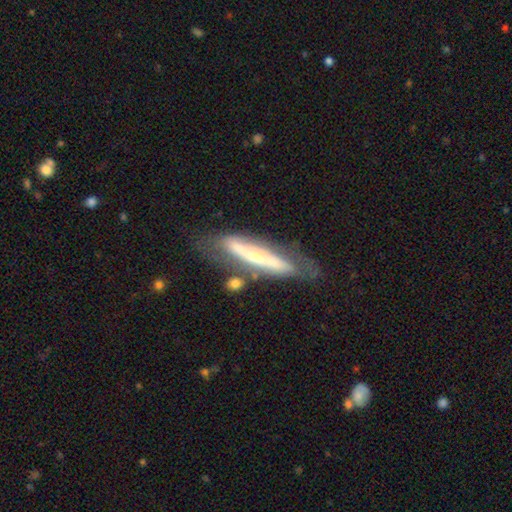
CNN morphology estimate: This appears to be a featured or disk galaxy (65%) viewed edge-on (56%). Merging: none (63%).